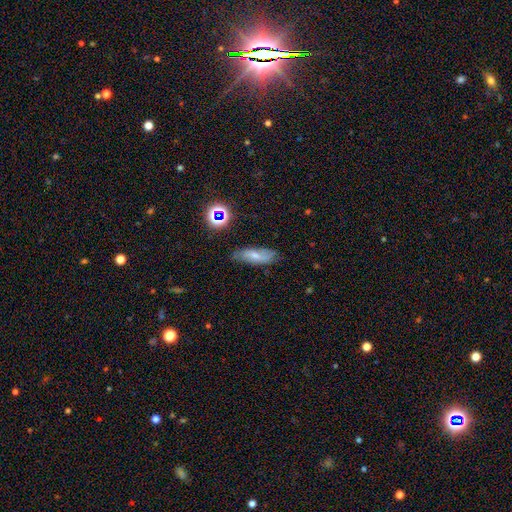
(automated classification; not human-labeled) Q: Smooth or featured?
A: smooth (53%); runner-up: featured or disk (35%)
Q: How rounded?
A: in between (61%); runner-up: cigar-shaped (35%)
Q: Merging?
A: none (74%); runner-up: minor disturbance (19%)